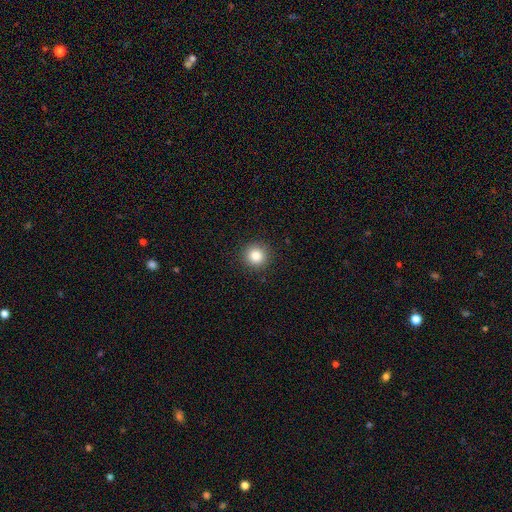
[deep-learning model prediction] Smooth or featured? Predicted: smooth (p=0.84). How rounded? Predicted: round (p=0.94). Merging? Predicted: none (p=0.92).